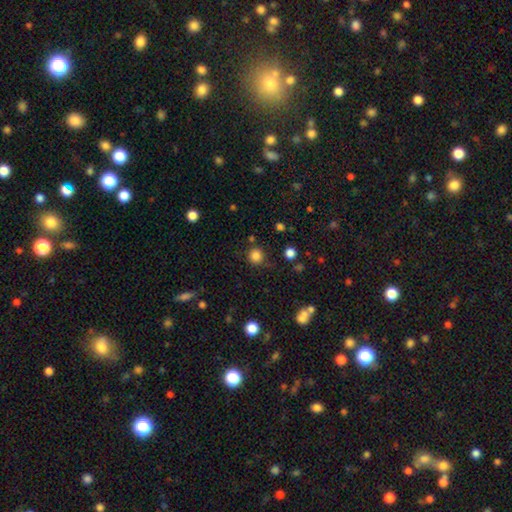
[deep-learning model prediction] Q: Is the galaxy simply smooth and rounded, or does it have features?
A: smooth — 83%.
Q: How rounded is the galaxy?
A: round — 93%.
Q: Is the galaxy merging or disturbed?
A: none — 80%.